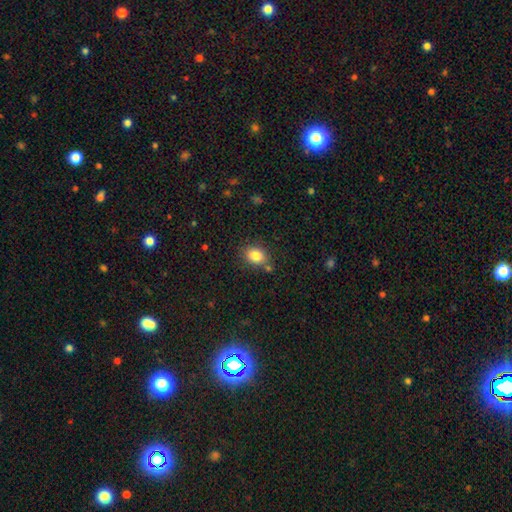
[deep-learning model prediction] smooth 83%, star or artifact 10%, featured or disk 7%. Down the decision tree: how rounded — in between (56%); merging — none (76%).